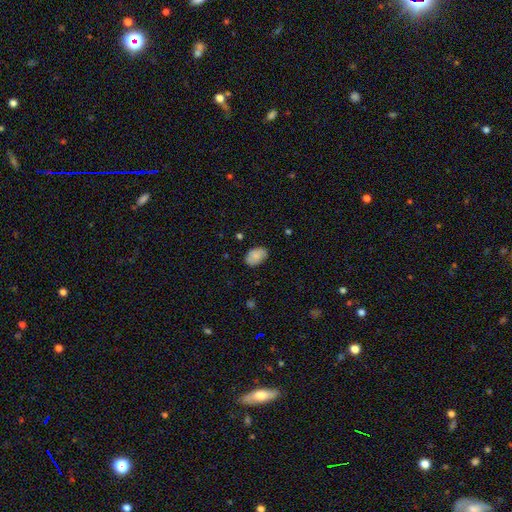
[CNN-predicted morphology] This appears to be a smooth galaxy with no disk features (84%) that is in between round and cigar-shaped (87%). Merging: none (79%).